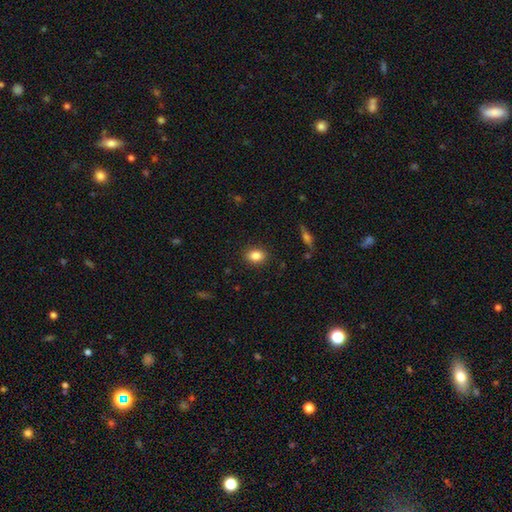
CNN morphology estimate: A smooth galaxy with no disk features (85%) that is in between round and cigar-shaped (68%).

Vote fractions:
- Smooth or featured? smooth: 85% / star or artifact: 9% / featured or disk: 6%
- How rounded? in between: 68% / round: 31% / cigar-shaped: 1%
- Merging? none: 89% / minor disturbance: 8% / major disturbance: 2% / merger: 1%